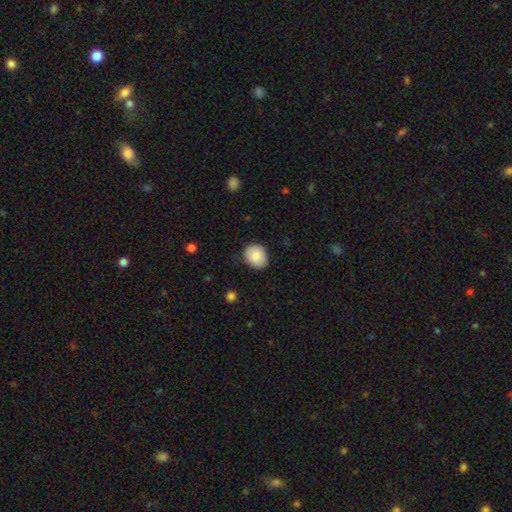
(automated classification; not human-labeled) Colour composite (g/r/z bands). It shows a smooth galaxy with no disk features (83%) that is round (59%). Merging: none (84%).